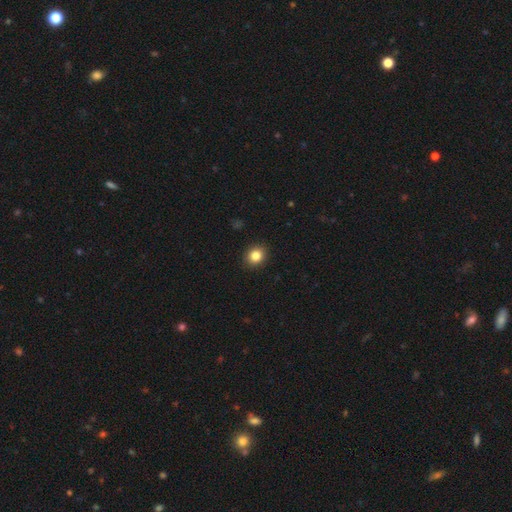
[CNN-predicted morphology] smooth 85%, star or artifact 10%, featured or disk 5%. Down the decision tree: how rounded — round (68%); merging — none (91%).